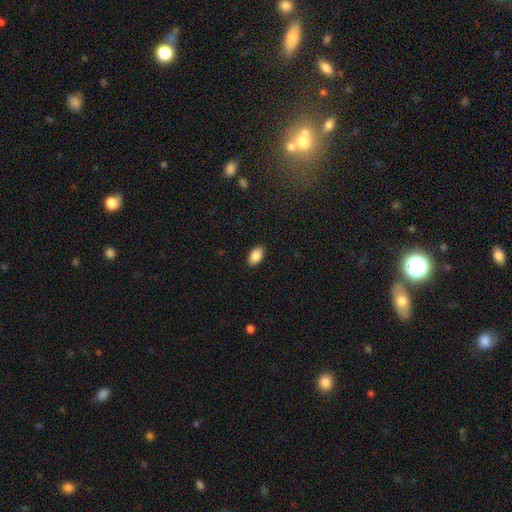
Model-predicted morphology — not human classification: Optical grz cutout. It shows a smooth galaxy with no disk features (86%) that is in between round and cigar-shaped (93%). Merging: none (89%).